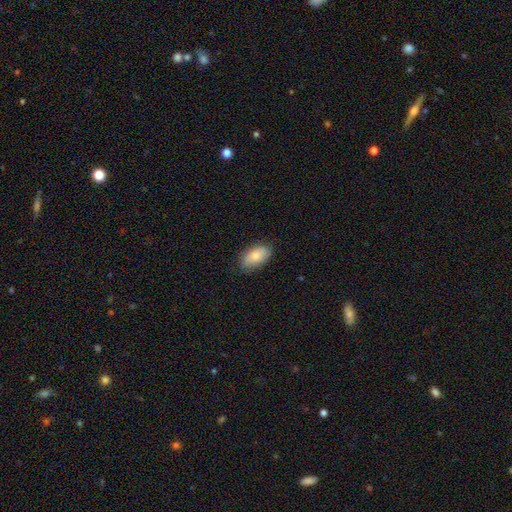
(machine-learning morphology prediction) A smooth galaxy with no disk features (81%) that is in between round and cigar-shaped (93%). Merging: none (80%).